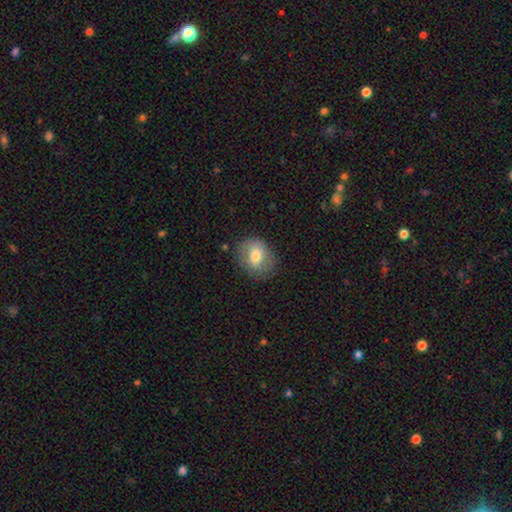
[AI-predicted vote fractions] Morphology: type=smooth (68%); roundness=round (55%); merging=none (75%).